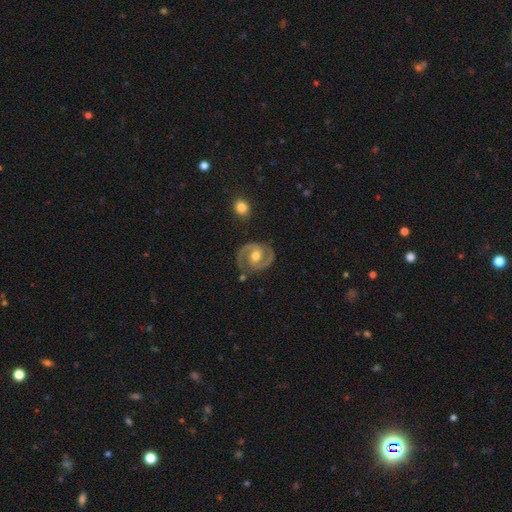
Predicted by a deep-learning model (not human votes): This is clearly a featured or disk galaxy (89%). It is clearly not viewed edge-on (98%). Bar: marginally no (44%). Spiral arm pattern: clearly yes (96%). Spiral arm count: clearly 2 (93%). Spiral winding: possibly medium (54%). Central bulge: likely moderate (76%). Merging: clearly none (81%).